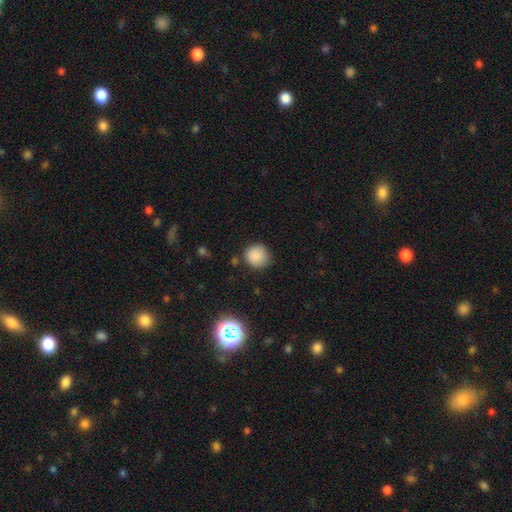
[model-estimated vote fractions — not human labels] This is clearly a smooth galaxy (86%). How rounded: clearly round (92%). Merging: likely none (80%).